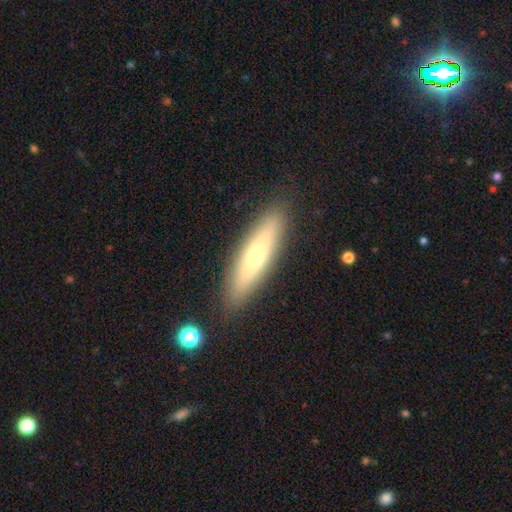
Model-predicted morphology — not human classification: Overall: smooth (58%; featured or disk 35%). How rounded: cigar-shaped (75%). Merging: none (87%).